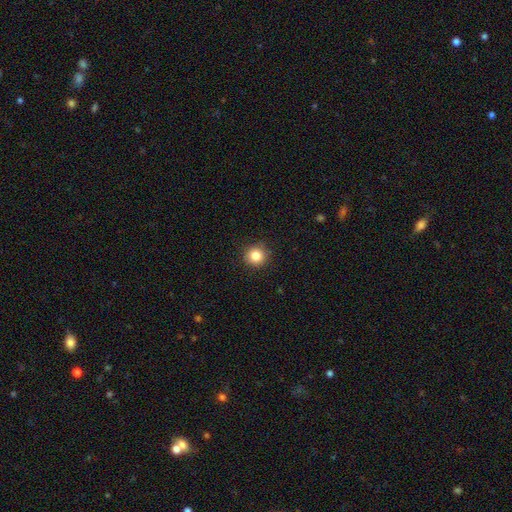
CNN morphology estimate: A smooth galaxy with no disk features (84%) that is round (93%).

Vote fractions:
- Smooth or featured? smooth: 84% / star or artifact: 11% / featured or disk: 5%
- How rounded? round: 93% / in between: 6% / cigar-shaped: 1%
- Merging? none: 89% / minor disturbance: 8% / major disturbance: 2% / merger: 1%